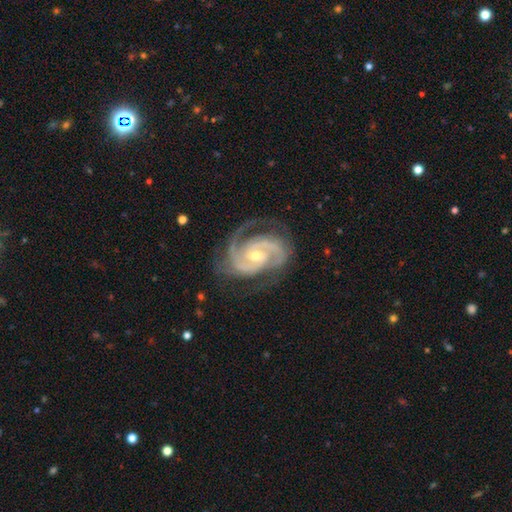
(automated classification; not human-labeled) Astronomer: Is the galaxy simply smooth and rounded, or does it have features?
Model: featured or disk — 93%.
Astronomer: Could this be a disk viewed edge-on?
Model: no — 98%.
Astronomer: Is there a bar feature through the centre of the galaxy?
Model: no — 45% (runner-up: weak, 40%).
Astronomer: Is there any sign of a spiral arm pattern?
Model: yes — 99%.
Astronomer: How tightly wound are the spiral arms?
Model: tight — 55% (runner-up: medium, 40%).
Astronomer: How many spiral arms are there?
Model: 2 — 58%.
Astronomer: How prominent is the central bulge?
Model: moderate — 52% (runner-up: small, 45%).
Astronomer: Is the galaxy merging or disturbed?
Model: none — 73%.